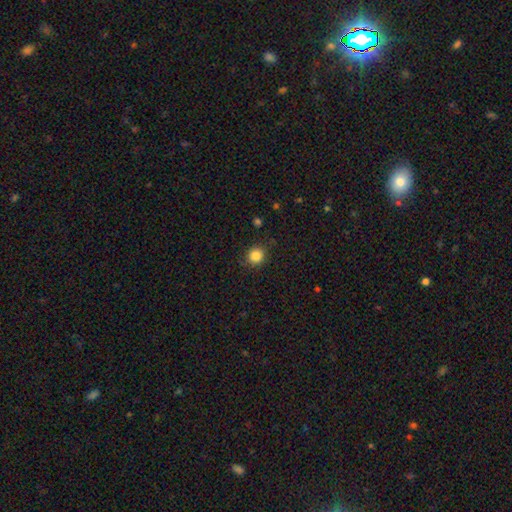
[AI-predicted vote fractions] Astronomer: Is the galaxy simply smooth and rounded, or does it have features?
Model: smooth — 84%.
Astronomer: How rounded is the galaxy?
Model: round — 90%.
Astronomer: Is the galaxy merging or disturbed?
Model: none — 87%.